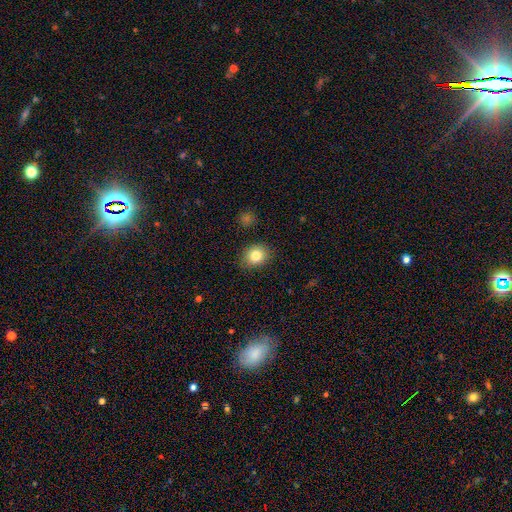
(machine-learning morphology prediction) Smooth or featured? Predicted: smooth (p=0.83). How rounded? Predicted: round (p=0.57). Merging? Predicted: none (p=0.85).